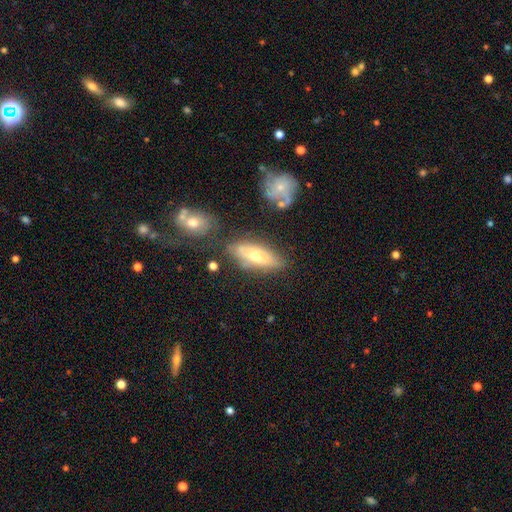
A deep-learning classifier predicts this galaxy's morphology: Overall: smooth (49%; featured or disk 42%). Merging: none (67%).